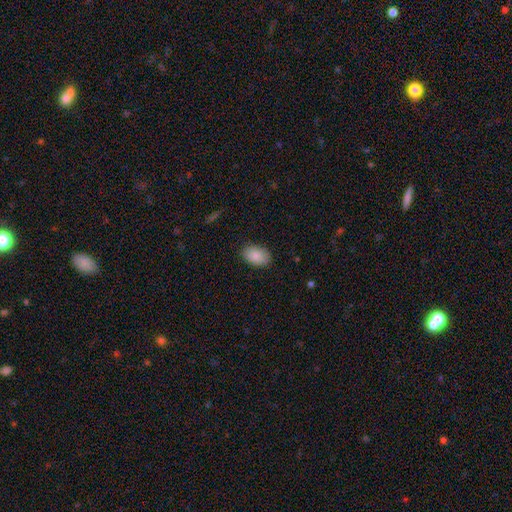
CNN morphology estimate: smooth 88%, star or artifact 7%, featured or disk 5%. Down the decision tree: how rounded — in between (89%); merging — none (85%).